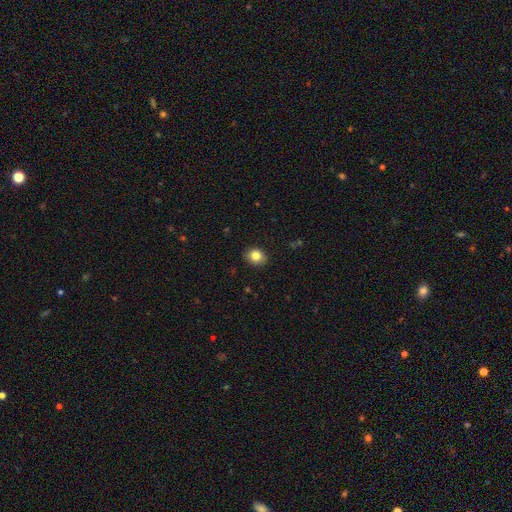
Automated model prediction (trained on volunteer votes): Smooth or featured: smooth — 83% (star or artifact — 9%)
How rounded: round — 57% (in between — 42%)
Merging: none — 89% (minor disturbance — 9%)